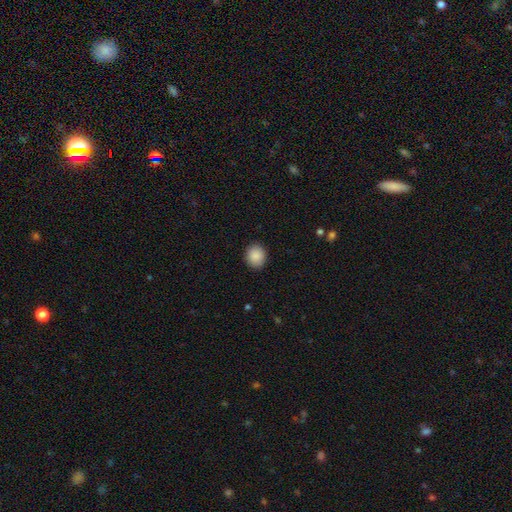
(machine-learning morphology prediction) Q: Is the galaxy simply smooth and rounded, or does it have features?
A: smooth — 89%.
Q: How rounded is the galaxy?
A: round — 72%.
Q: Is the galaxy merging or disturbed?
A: none — 89%.